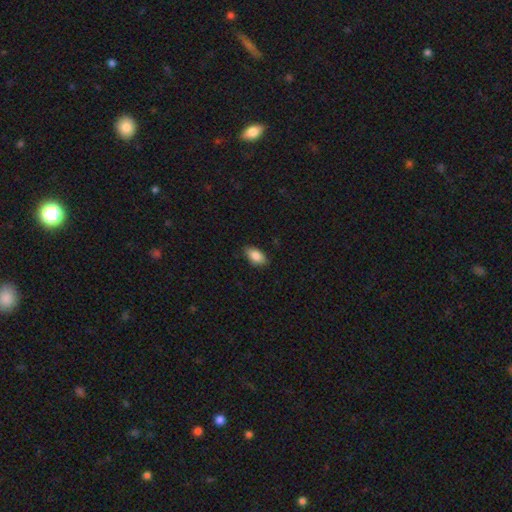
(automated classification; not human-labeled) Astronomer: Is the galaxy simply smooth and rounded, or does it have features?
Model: smooth — 86%.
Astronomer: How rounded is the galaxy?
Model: in between — 91%.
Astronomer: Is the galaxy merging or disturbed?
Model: none — 83%.